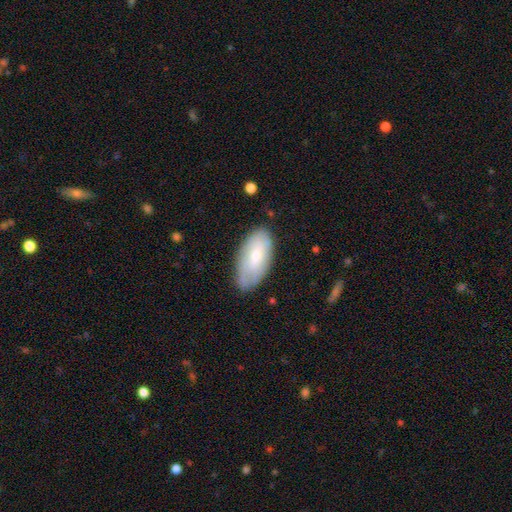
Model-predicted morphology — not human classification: Smooth or featured? Predicted: smooth (p=0.60). How rounded? Predicted: in between (p=0.93). Merging? Predicted: none (p=0.72).